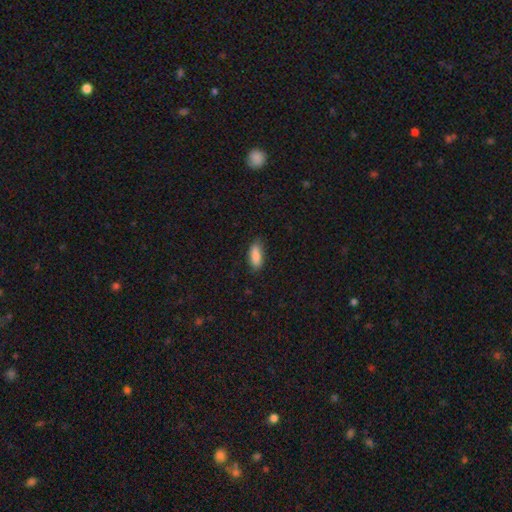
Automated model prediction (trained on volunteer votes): A smooth galaxy with no disk features (87%) that is in between round and cigar-shaped (75%).

Vote fractions:
- Smooth or featured? smooth: 87% / star or artifact: 7% / featured or disk: 6%
- How rounded? in between: 75% / cigar-shaped: 23% / round: 2%
- Merging? none: 78% / minor disturbance: 17% / major disturbance: 3% / merger: 1%